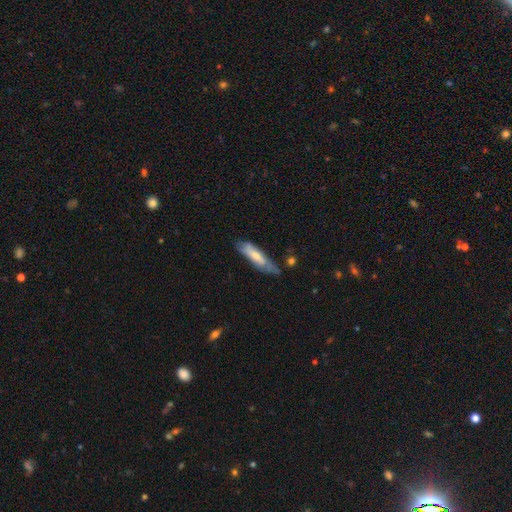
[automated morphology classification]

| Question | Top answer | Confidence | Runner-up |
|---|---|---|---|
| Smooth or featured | smooth | 59% | featured or disk (35%) |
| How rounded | cigar-shaped | 69% | in between (30%) |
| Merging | none | 57% | minor disturbance (30%) |